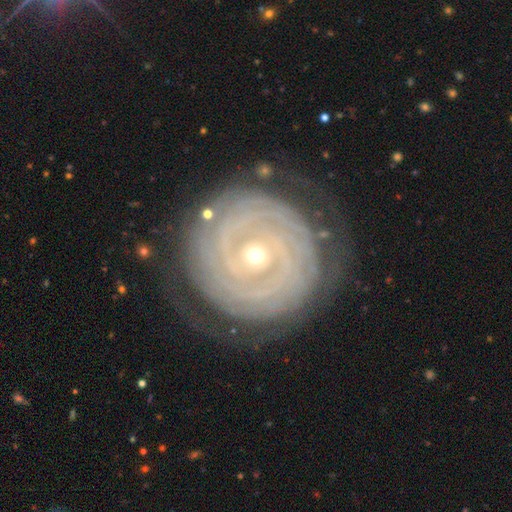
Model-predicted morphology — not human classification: Smooth or featured? featured or disk (89%)
Edge-on disk? no (98%)
Bar? no (71%)
Spiral arms? yes (97%)
Spiral winding? tight (89%)
Spiral arm count? 2 (34%)
Bulge size? small (70%)
Merging? none (77%)